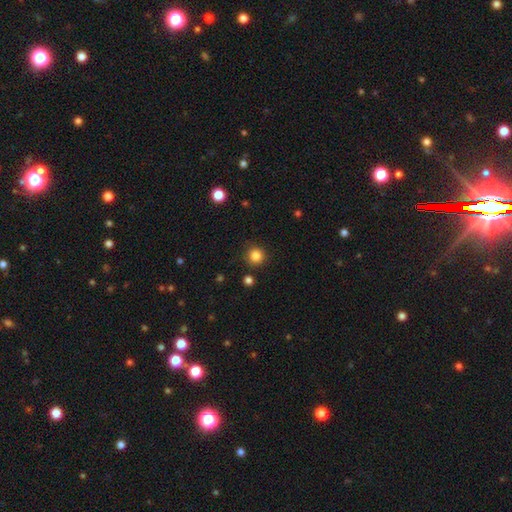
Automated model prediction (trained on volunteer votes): A smooth galaxy with no disk features (85%) that is round (93%). Merging: none (87%).